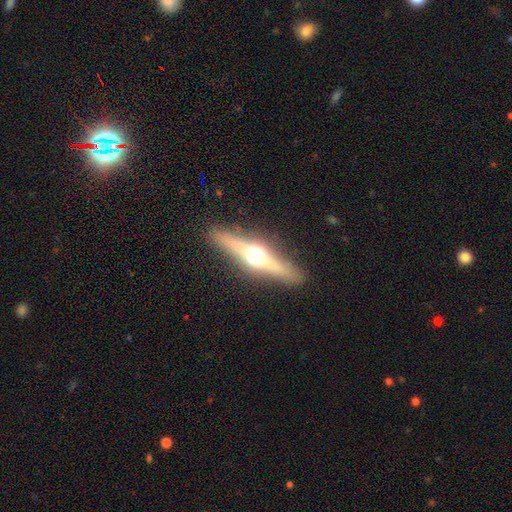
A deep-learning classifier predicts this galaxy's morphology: smooth_or_featured: featured or disk (p=0.78) [alt: smooth p=0.16]
disk_edge_on: yes (p=0.97) [alt: no p=0.03]
edge_on_bulge: rounded (p=0.96) [alt: boxy p=0.02]
merging: none (p=0.90) [alt: minor disturbance p=0.07]